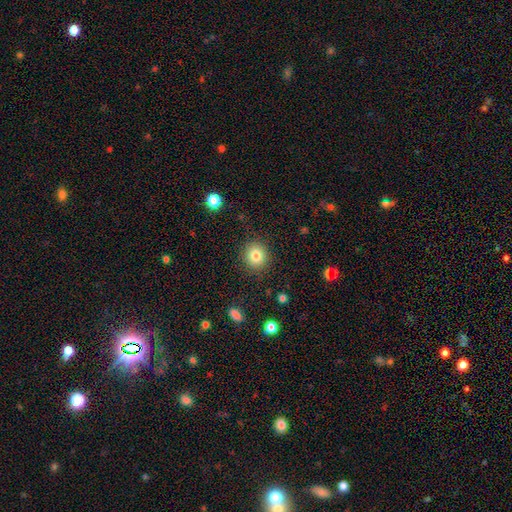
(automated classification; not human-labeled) smooth-or-featured: smooth: 81% | star or artifact: 11% | featured or disk: 8%
  how-rounded: round: 87% | in between: 12% | cigar-shaped: 1%
  merging: none: 88% | minor disturbance: 8% | major disturbance: 3% | merger: 1%